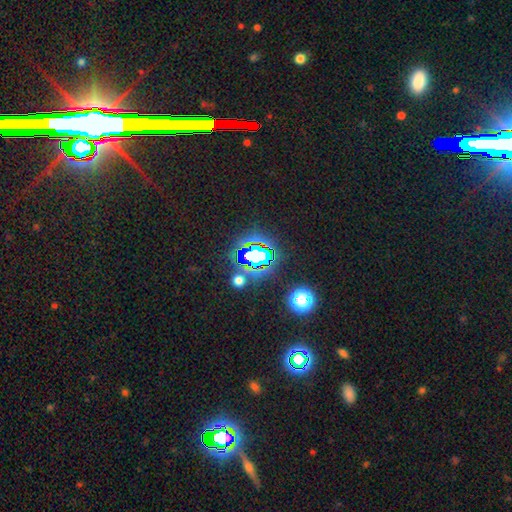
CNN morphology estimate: This appears to be a star or artifact, not a galaxy (67%).